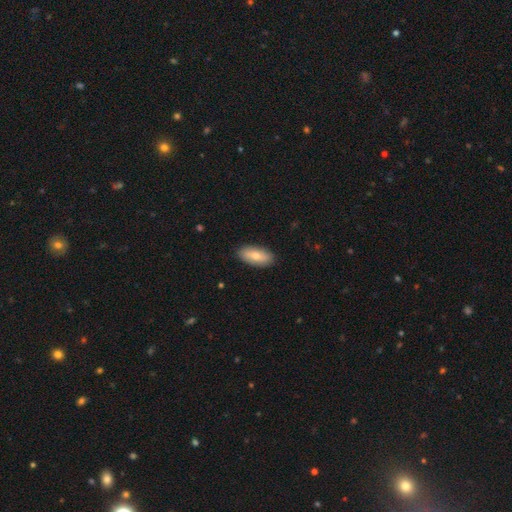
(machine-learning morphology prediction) Smooth or featured?
  - smooth: 73% *
  - featured or disk: 21%
  - star or artifact: 6%
How rounded?
  - in between: 88% *
  - cigar-shaped: 9%
  - round: 3%
Merging?
  - none: 88% *
  - minor disturbance: 9%
  - major disturbance: 2%
  - merger: 1%